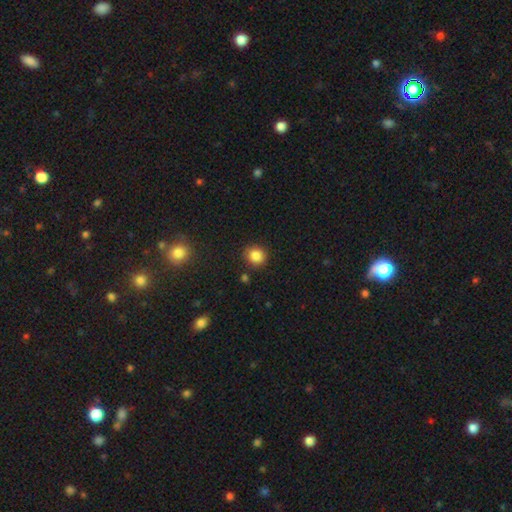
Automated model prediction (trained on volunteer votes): Q: Smooth or featured?
A: smooth (85%); runner-up: star or artifact (11%)
Q: How rounded?
A: round (83%); runner-up: in between (16%)
Q: Merging?
A: none (88%); runner-up: minor disturbance (8%)